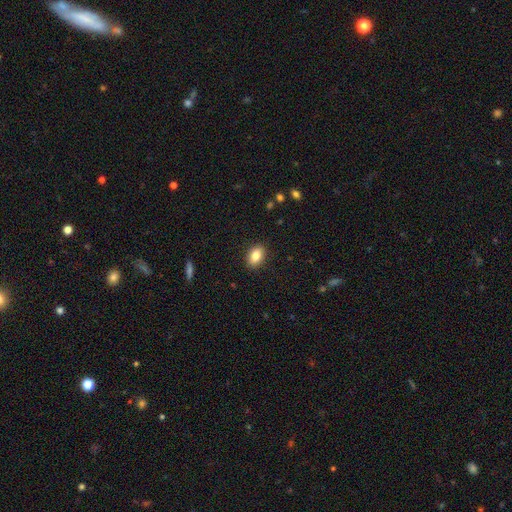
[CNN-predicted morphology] type=smooth (84%); roundness=in between (88%); merging=none (89%).